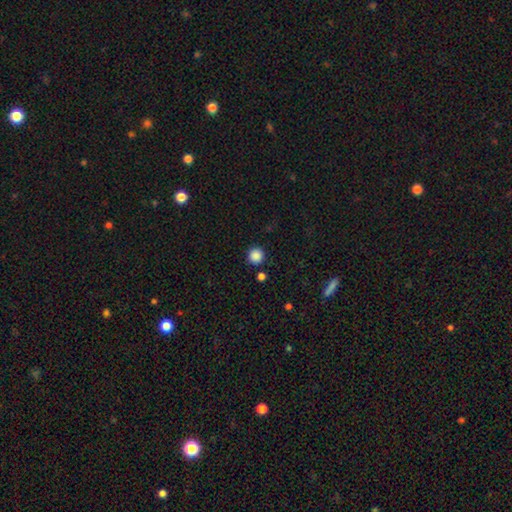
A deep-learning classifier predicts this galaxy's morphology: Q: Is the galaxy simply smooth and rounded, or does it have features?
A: smooth — 87%.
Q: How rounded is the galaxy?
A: round — 95%.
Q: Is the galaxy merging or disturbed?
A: none — 89%.